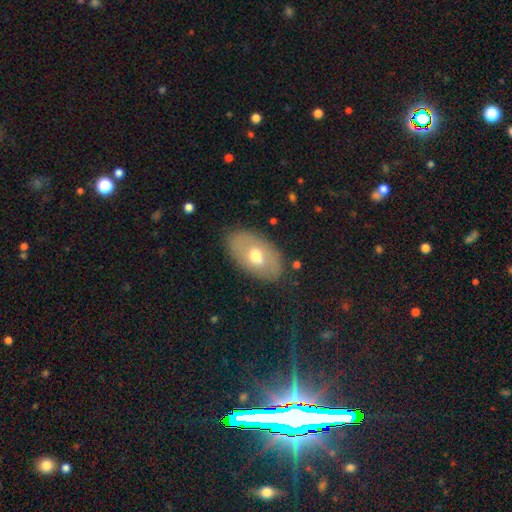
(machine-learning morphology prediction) This is possibly a smooth galaxy (58%). How rounded: clearly in between (91%). Merging: clearly none (83%).